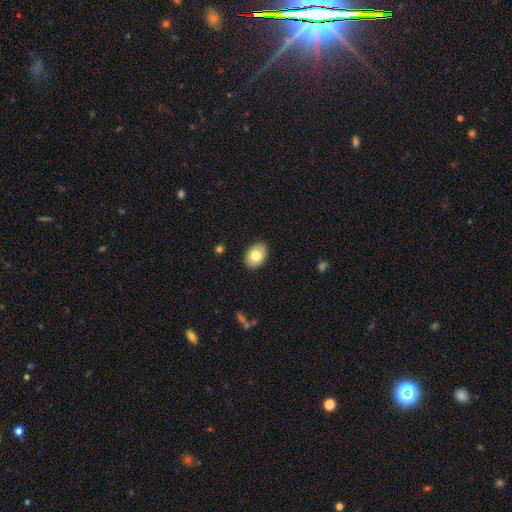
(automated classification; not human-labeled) Smooth or featured?
  - smooth: 77% *
  - featured or disk: 16%
  - star or artifact: 7%
How rounded?
  - in between: 79% *
  - round: 20%
  - cigar-shaped: 1%
Merging?
  - none: 88% *
  - minor disturbance: 9%
  - major disturbance: 2%
  - merger: 1%